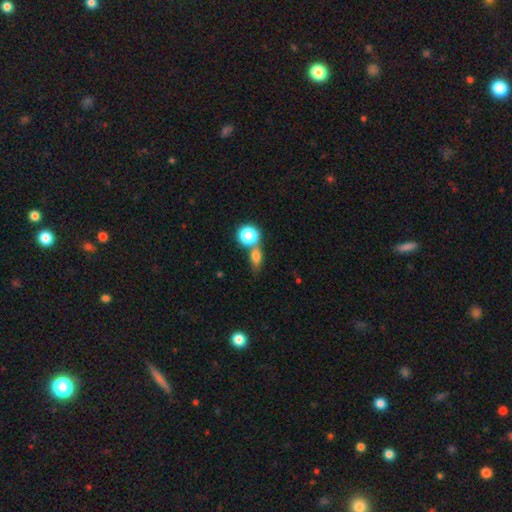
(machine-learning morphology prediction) type=smooth (74%); roundness=in between (52%); merging=none (46%).